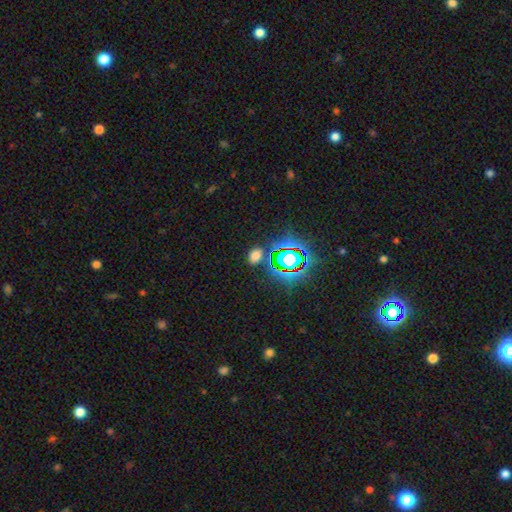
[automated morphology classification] Smooth or featured: smooth — 61% (star or artifact — 32%)
How rounded: in between — 75% (round — 23%)
Merging: none — 83% (minor disturbance — 10%)